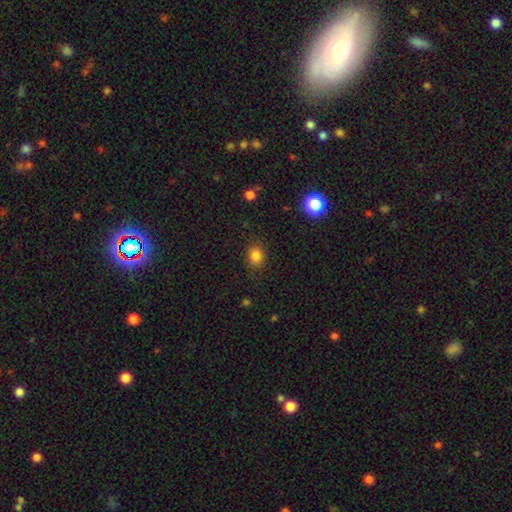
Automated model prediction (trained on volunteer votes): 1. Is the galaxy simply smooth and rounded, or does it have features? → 83% smooth, 12% star or artifact, 5% featured or disk.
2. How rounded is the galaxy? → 56% round, 43% in between, 1% cigar-shaped.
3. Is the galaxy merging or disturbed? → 84% none, 11% minor disturbance, 3% major disturbance, 1% merger.